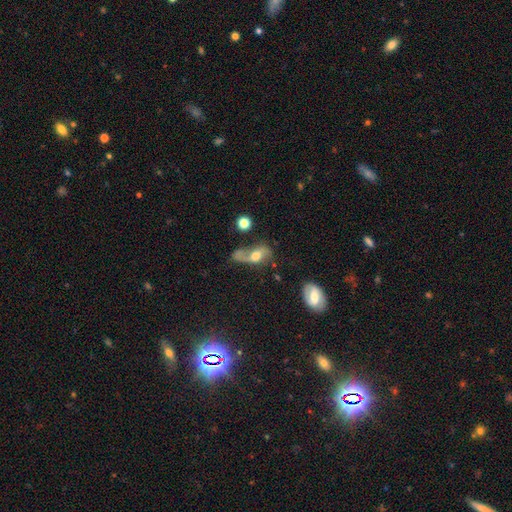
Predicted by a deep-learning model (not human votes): Morphology: type=featured or disk (64%); edge-on=no (91%); bar=no (54%); spiral arms=yes (82%); bulge=moderate (58%); merging=none (34%).